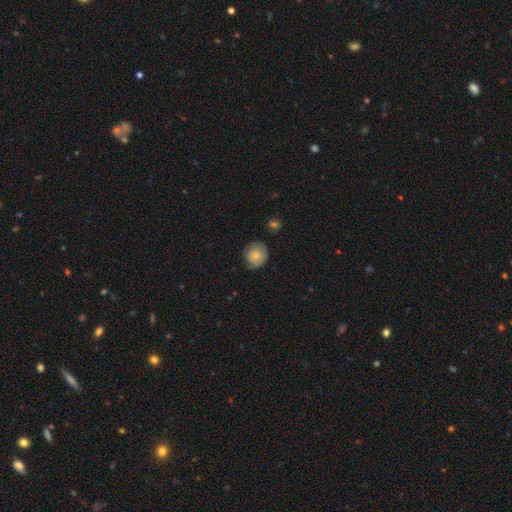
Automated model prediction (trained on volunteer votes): Overall: smooth (77%). How rounded: round (87%). Merging: none (76%).